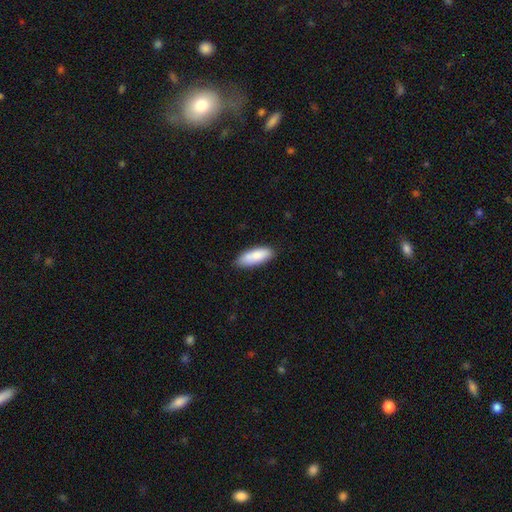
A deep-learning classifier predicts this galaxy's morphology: A smooth galaxy with no disk features (85%) that is in between round and cigar-shaped (68%).

Vote fractions:
- Smooth or featured? smooth: 85% / featured or disk: 9% / star or artifact: 6%
- How rounded? in between: 68% / cigar-shaped: 30% / round: 2%
- Merging? none: 81% / minor disturbance: 15% / major disturbance: 2% / merger: 2%